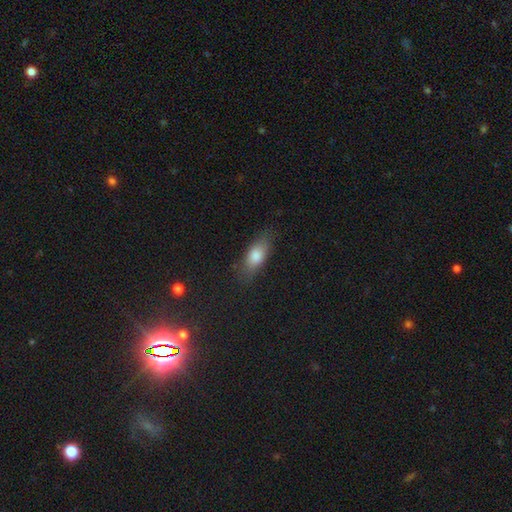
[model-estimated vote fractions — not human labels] Q: Smooth or featured?
A: smooth (77%); runner-up: featured or disk (15%)
Q: How rounded?
A: in between (76%); runner-up: cigar-shaped (19%)
Q: Merging?
A: none (78%); runner-up: minor disturbance (17%)